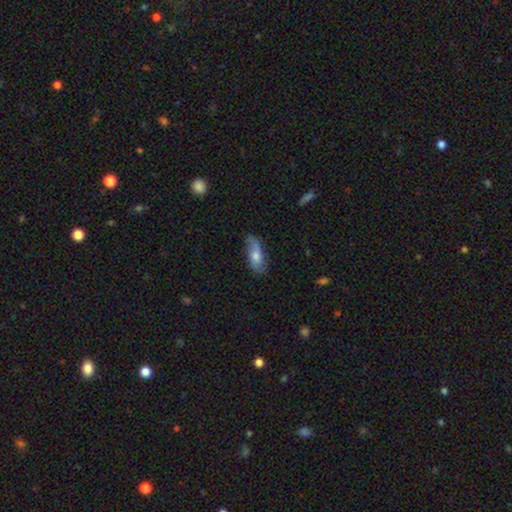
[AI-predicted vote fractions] Smooth or featured: smooth — 57% (featured or disk — 36%)
How rounded: in between — 69% (cigar-shaped — 27%)
Merging: none — 59% (minor disturbance — 29%)